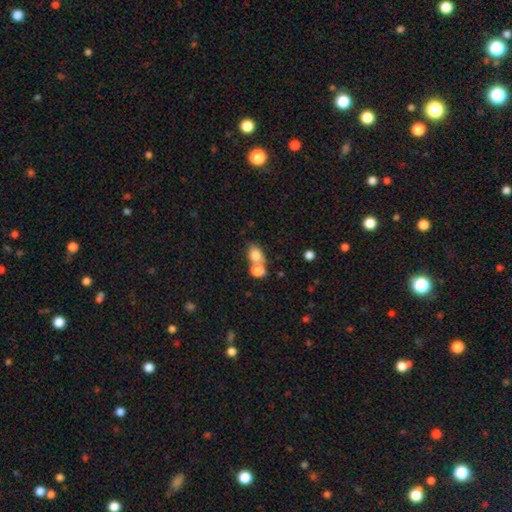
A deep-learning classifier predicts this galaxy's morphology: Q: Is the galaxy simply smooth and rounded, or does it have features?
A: smooth — 80%.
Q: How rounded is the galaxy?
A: in between — 59%.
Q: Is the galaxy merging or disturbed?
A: merger — 50%.